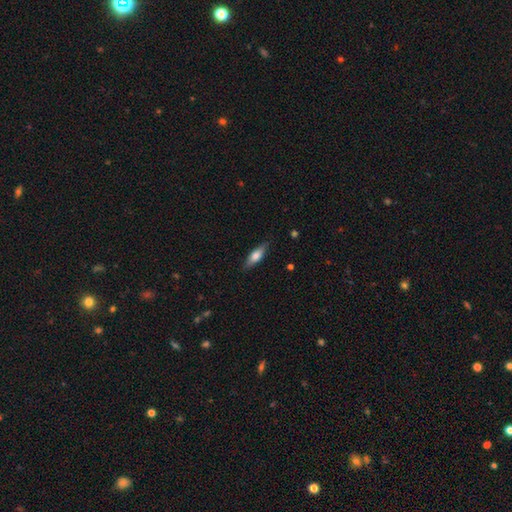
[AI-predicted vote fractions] Smooth or featured?
  - smooth: 63% *
  - featured or disk: 31%
  - star or artifact: 6%
How rounded?
  - in between: 52% *
  - cigar-shaped: 46%
  - round: 2%
Merging?
  - none: 83% *
  - minor disturbance: 13%
  - major disturbance: 3%
  - merger: 1%